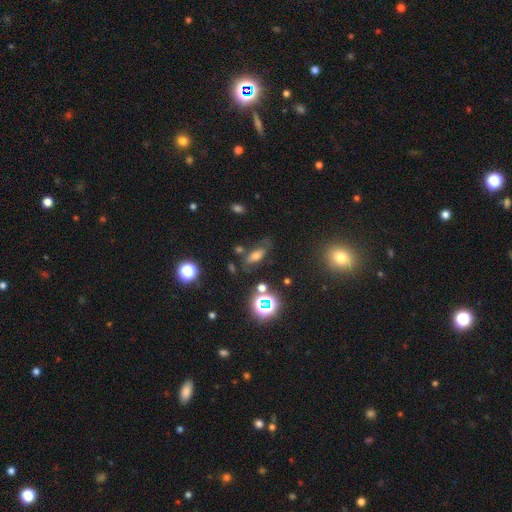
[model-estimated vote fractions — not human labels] A smooth galaxy with no disk features (52%) that is in between round and cigar-shaped (73%). Merging: none (64%).